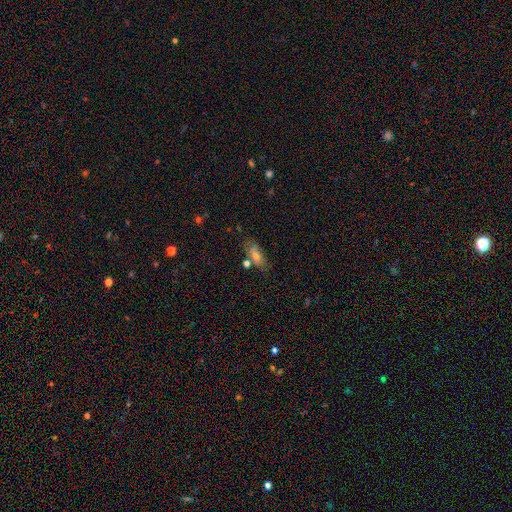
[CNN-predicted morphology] smooth_or_featured: smooth (p=0.57) [alt: featured or disk p=0.29]
how_rounded: in between (p=0.71) [alt: cigar-shaped p=0.24]
merging: none (p=0.69) [alt: minor disturbance p=0.18]